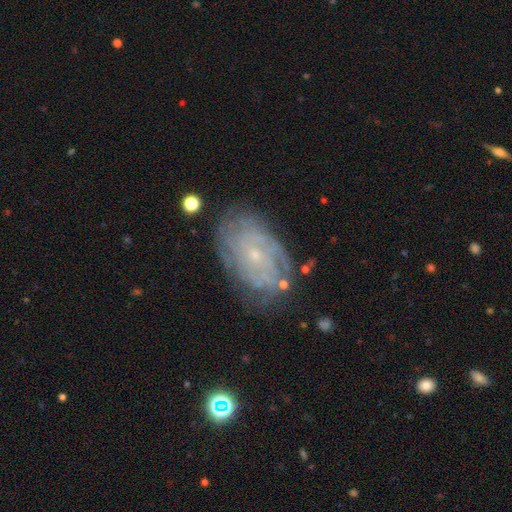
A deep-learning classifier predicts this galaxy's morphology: Smooth or featured?
  - featured or disk: 78% *
  - smooth: 14%
  - star or artifact: 8%
Edge-on disk?
  - no: 96% *
  - yes: 4%
Bar?
  - no: 77% *
  - weak: 20%
  - strong: 4%
Spiral arms?
  - yes: 91% *
  - no: 9%
Spiral winding?
  - tight: 74% *
  - medium: 20%
  - loose: 6%
Spiral arm count?
  - can't tell: 49% *
  - 4: 14%
  - 2: 11%
  - 3: 11%
  - more than 4: 9%
  - 1: 6%
Bulge size?
  - small: 83% *
  - moderate: 13%
  - none: 2%
  - large: 1%
  - dominant: 1%
Merging?
  - none: 74% *
  - minor disturbance: 18%
  - major disturbance: 6%
  - merger: 2%